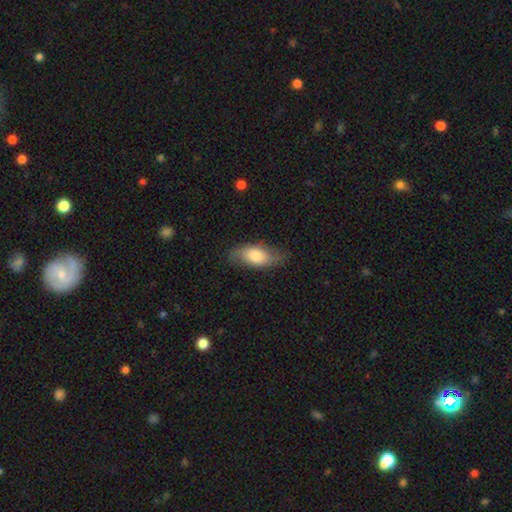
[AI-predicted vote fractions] A smooth galaxy with no disk features (76%) that is in between round and cigar-shaped (85%).

Vote fractions:
- Smooth or featured? smooth: 76% / featured or disk: 18% / star or artifact: 6%
- How rounded? in between: 85% / cigar-shaped: 12% / round: 3%
- Merging? none: 72% / minor disturbance: 21% / major disturbance: 6% / merger: 1%